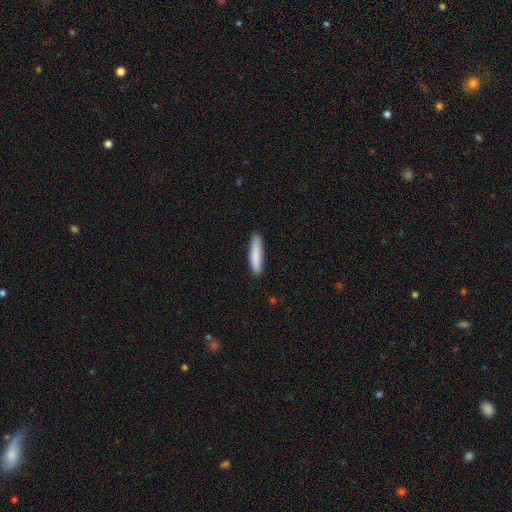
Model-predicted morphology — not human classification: smooth_or_featured: smooth (p=0.85) [alt: featured or disk p=0.09]
how_rounded: cigar-shaped (p=0.84) [alt: in between p=0.15]
merging: none (p=0.87) [alt: minor disturbance p=0.10]